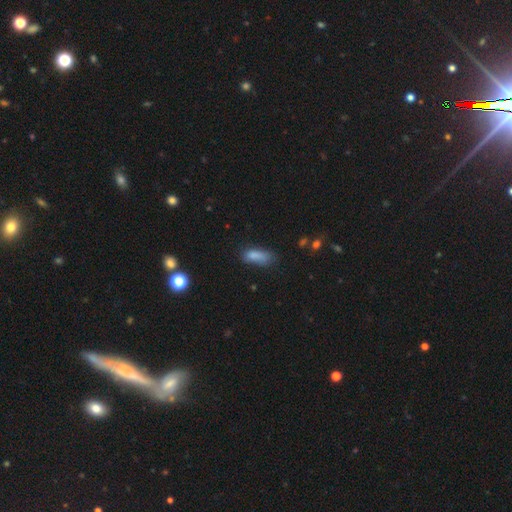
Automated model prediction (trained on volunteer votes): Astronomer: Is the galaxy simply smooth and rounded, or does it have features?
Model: smooth — 80%.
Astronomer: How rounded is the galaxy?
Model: in between — 74%.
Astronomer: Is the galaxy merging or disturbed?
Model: none — 47% (runner-up: minor disturbance, 33%).